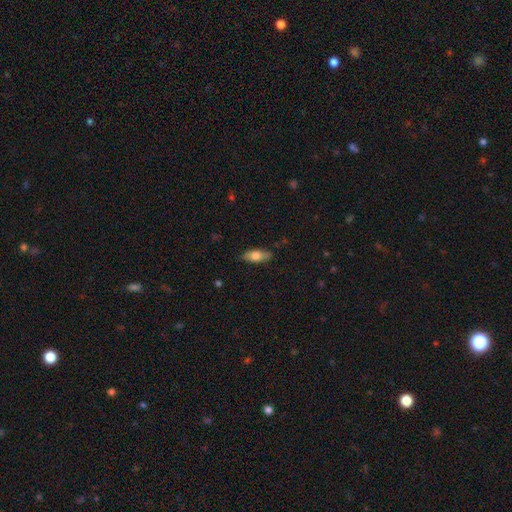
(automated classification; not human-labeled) Smooth or featured?
  - smooth: 70% *
  - featured or disk: 24%
  - star or artifact: 7%
How rounded?
  - in between: 75% *
  - cigar-shaped: 21%
  - round: 3%
Merging?
  - none: 84% *
  - minor disturbance: 13%
  - major disturbance: 3%
  - merger: 1%